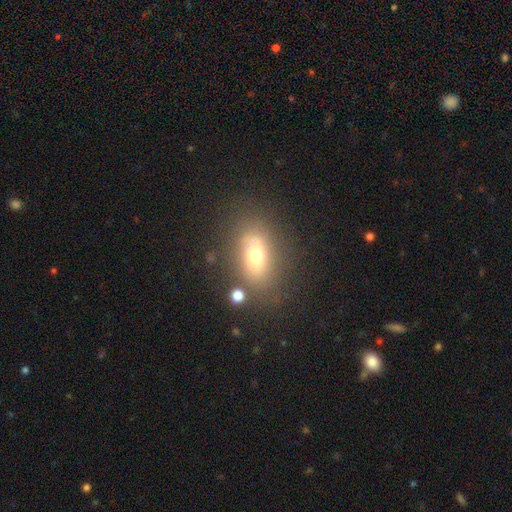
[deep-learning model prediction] Overall: smooth (64%). How rounded: in between (82%). Merging: none (76%).